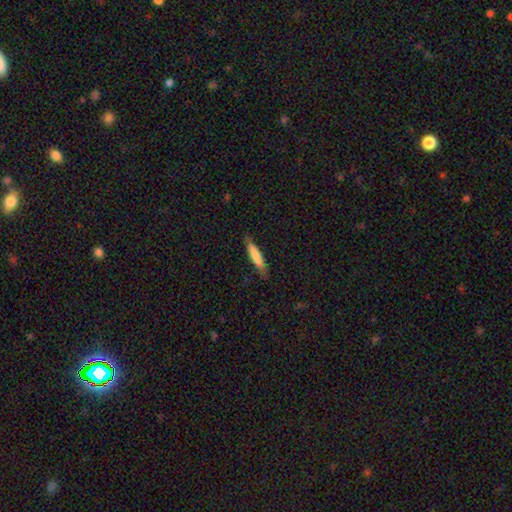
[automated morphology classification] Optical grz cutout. It shows a smooth galaxy with no disk features (77%) that is cigar-shaped (84%). Merging: none (80%).